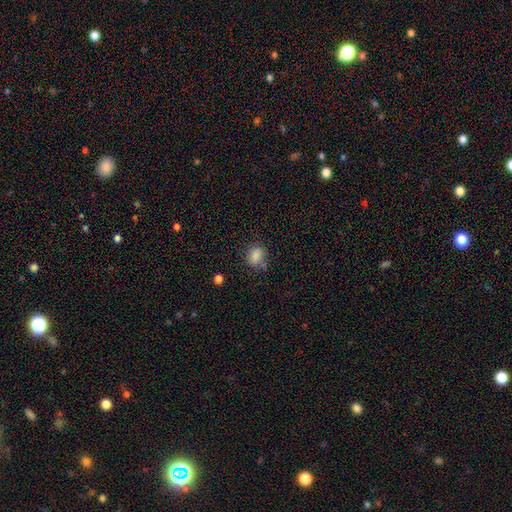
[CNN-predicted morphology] A smooth galaxy with no disk features (84%) that is in between round and cigar-shaped (54%). Merging: none (66%).